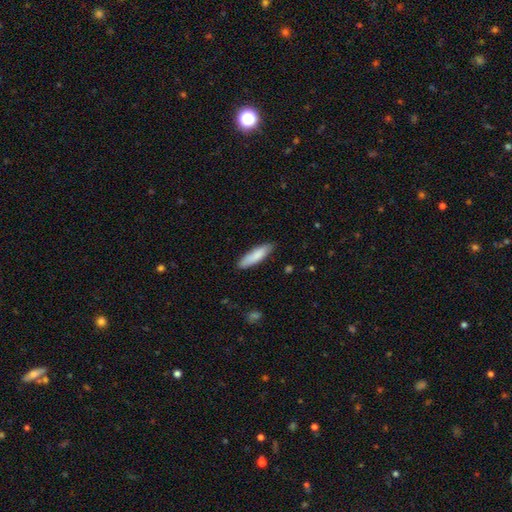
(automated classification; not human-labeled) A smooth galaxy with no disk features (84%) that is cigar-shaped (65%). Merging: none (84%).